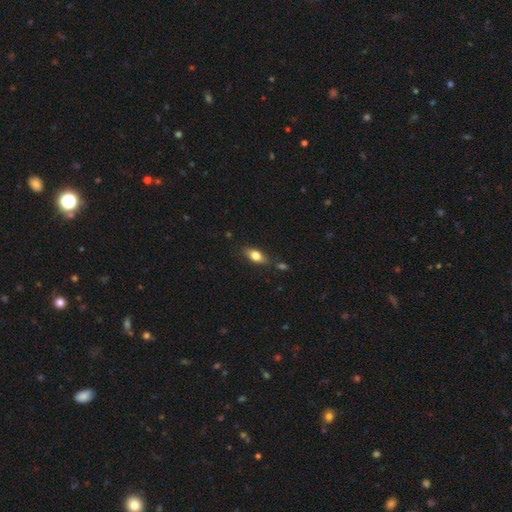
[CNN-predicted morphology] This is likely a smooth galaxy (73%). How rounded: clearly in between (80%). Merging: likely none (77%).